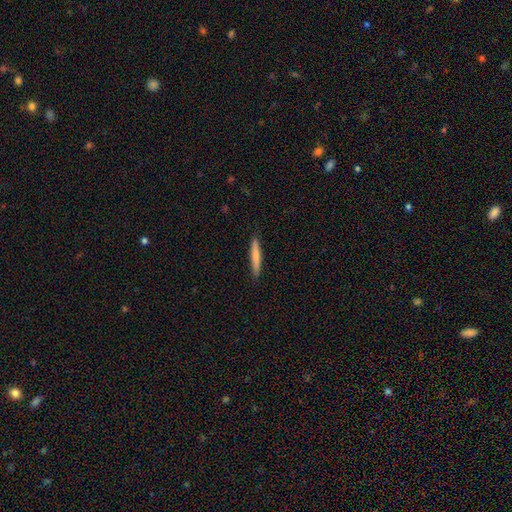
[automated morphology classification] A smooth galaxy with no disk features (76%) that is cigar-shaped (94%).

Vote fractions:
- Smooth or featured? smooth: 76% / featured or disk: 19% / star or artifact: 5%
- How rounded? cigar-shaped: 94% / in between: 4% / round: 1%
- Merging? none: 90% / minor disturbance: 7% / major disturbance: 1% / merger: 1%